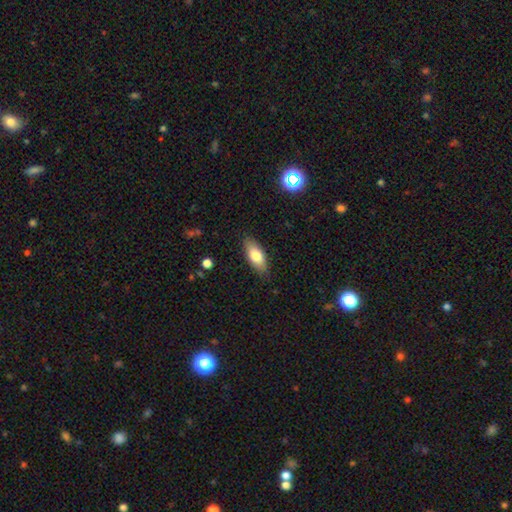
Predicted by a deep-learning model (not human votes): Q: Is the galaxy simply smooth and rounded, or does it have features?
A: smooth — 76%.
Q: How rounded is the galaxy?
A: in between — 81%.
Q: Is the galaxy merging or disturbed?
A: none — 85%.